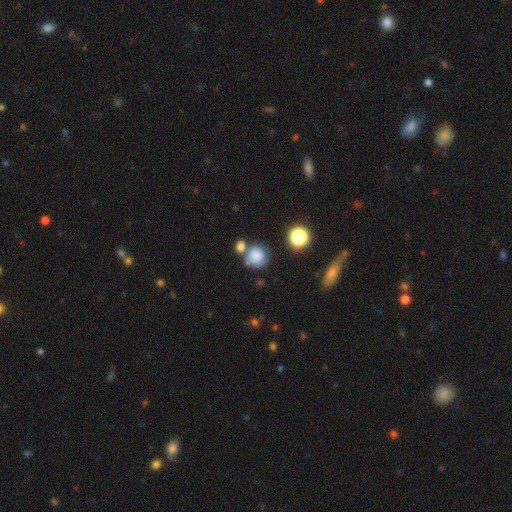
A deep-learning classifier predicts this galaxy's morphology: smooth_or_featured: smooth (p=0.70) [alt: featured or disk p=0.18]
how_rounded: round (p=0.82) [alt: in between p=0.16]
merging: none (p=0.48) [alt: merger p=0.27]